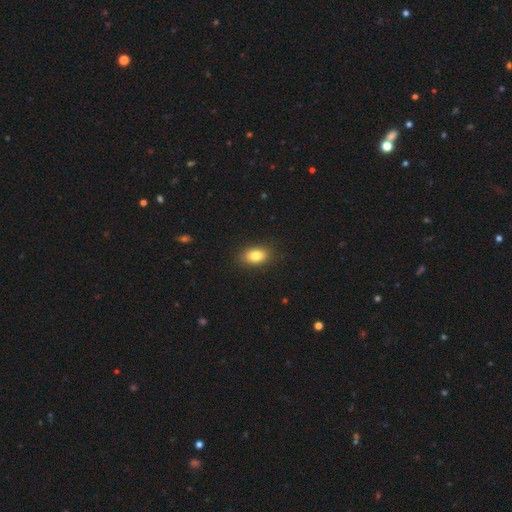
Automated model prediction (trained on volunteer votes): This is clearly a smooth galaxy (82%). How rounded: clearly in between (86%). Merging: clearly none (87%).